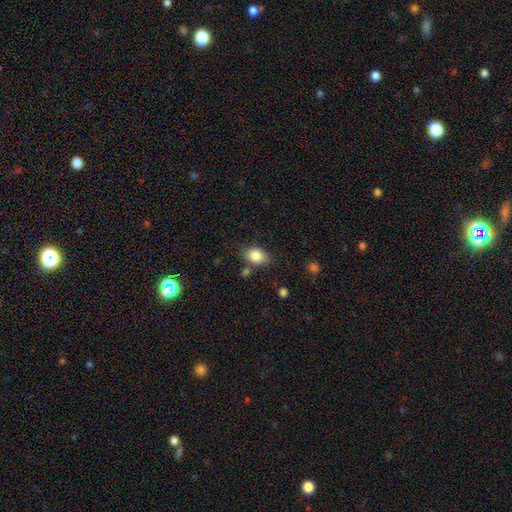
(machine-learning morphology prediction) type=smooth (85%); roundness=in between (75%); merging=none (74%).